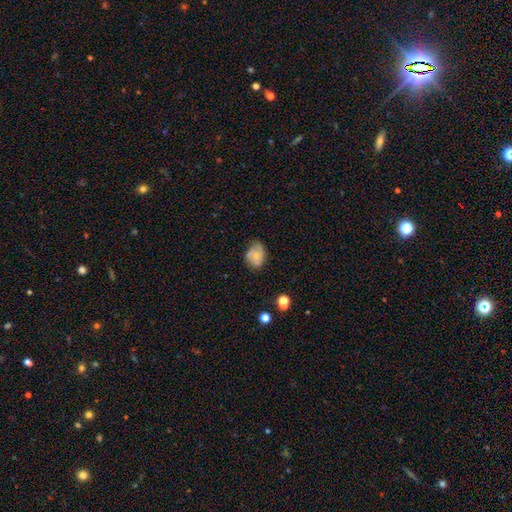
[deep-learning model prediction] Overall: smooth (57%; featured or disk 33%). How rounded: in between (68%; round 31%). Merging: none (53%; minor disturbance 31%).